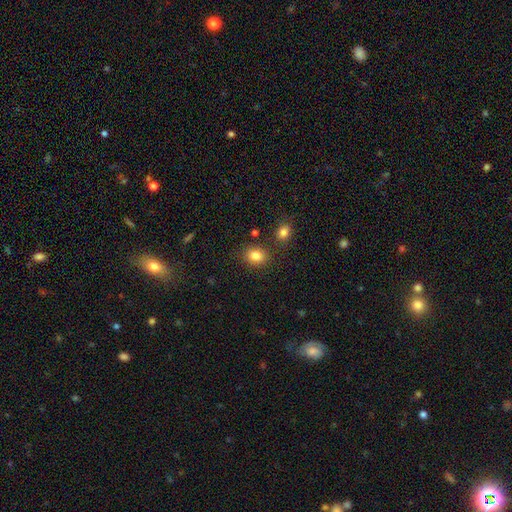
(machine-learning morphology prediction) A smooth galaxy with no disk features (84%) that is round (55%).

Vote fractions:
- Smooth or featured? smooth: 84% / star or artifact: 10% / featured or disk: 6%
- How rounded? round: 55% / in between: 44% / cigar-shaped: 1%
- Merging? none: 80% / minor disturbance: 10% / merger: 6% / major disturbance: 3%